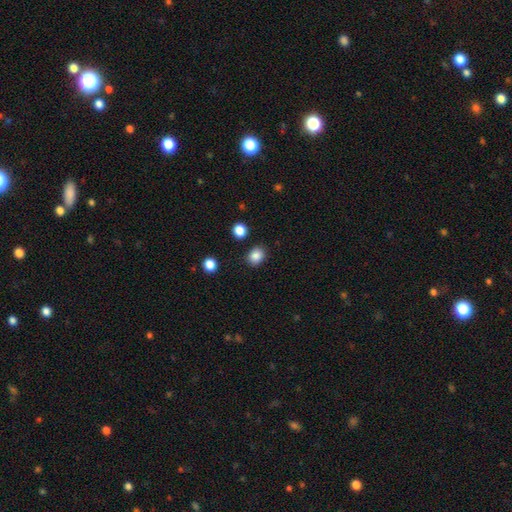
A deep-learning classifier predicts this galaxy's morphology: smooth_or_featured: smooth (p=0.86) [alt: star or artifact p=0.10]
how_rounded: round (p=0.62) [alt: in between p=0.37]
merging: none (p=0.86) [alt: minor disturbance p=0.08]